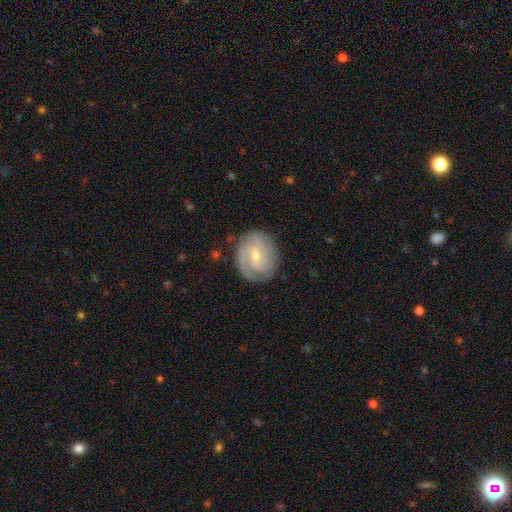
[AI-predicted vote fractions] A featured or disk galaxy (82%) with a weak bar (51%), 2 (42%) tight (55%) spiral arms (96%) and a small central bulge (58%). Merging: none (80%).